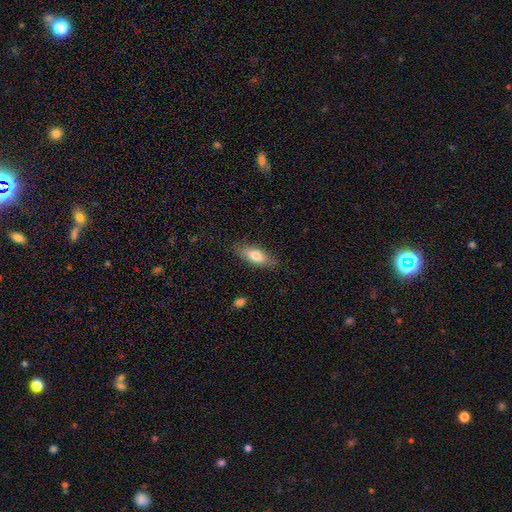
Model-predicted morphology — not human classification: Smooth or featured: smooth — 75% (featured or disk — 18%)
How rounded: in between — 68% (cigar-shaped — 29%)
Merging: none — 84% (minor disturbance — 12%)